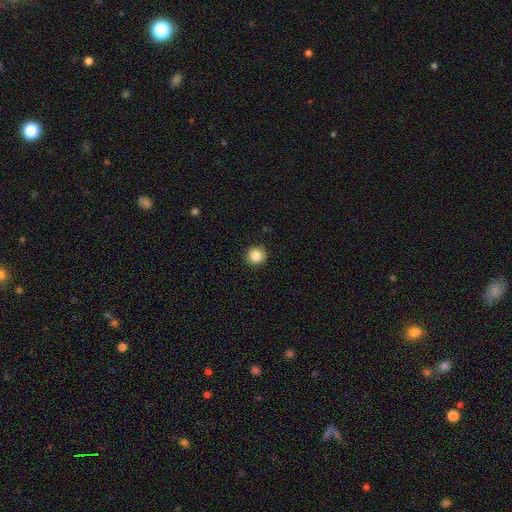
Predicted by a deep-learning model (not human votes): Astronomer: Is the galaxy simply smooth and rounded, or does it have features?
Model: smooth — 87%.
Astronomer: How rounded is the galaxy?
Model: round — 93%.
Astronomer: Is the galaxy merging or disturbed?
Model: none — 89%.